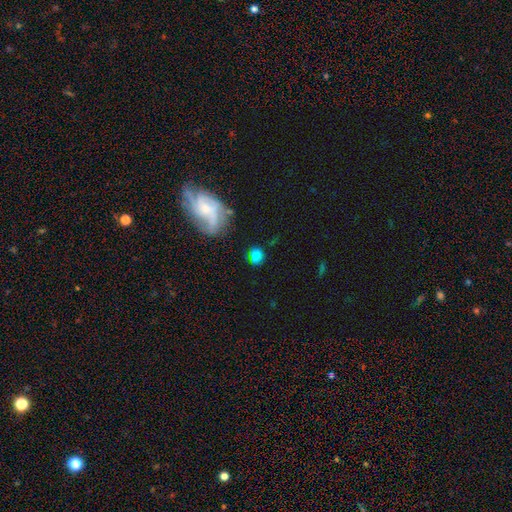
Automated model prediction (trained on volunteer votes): smooth 71%, star or artifact 15%, featured or disk 14%. Down the decision tree: how rounded — round (69%); merging — none (70%).